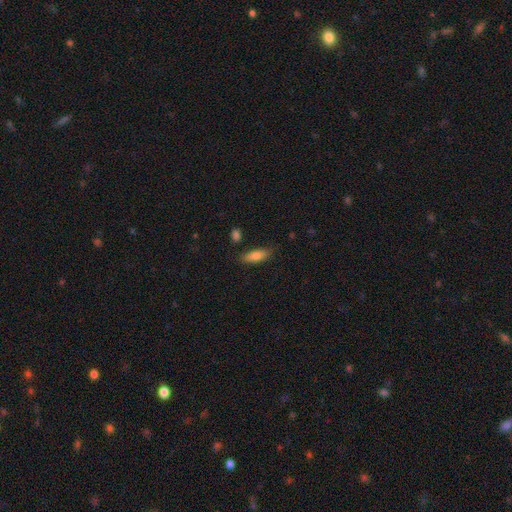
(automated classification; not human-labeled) Q: Smooth or featured?
A: smooth (82%); runner-up: featured or disk (11%)
Q: How rounded?
A: in between (67%); runner-up: cigar-shaped (31%)
Q: Merging?
A: none (80%); runner-up: minor disturbance (14%)